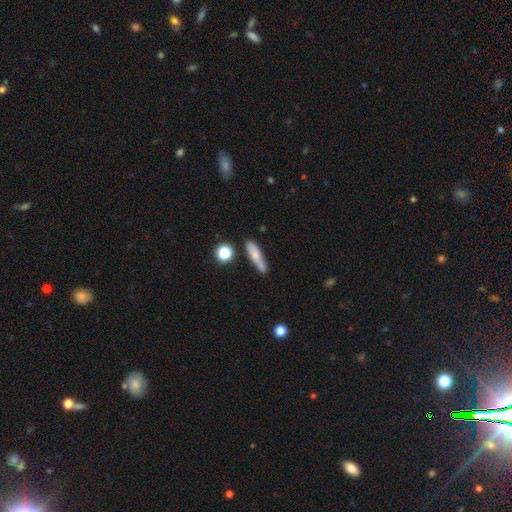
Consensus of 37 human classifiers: Smooth or featured? 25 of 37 (68%) said smooth. How rounded? 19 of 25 (76%) said cigar-shaped. Merging? 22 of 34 (65%) said none.